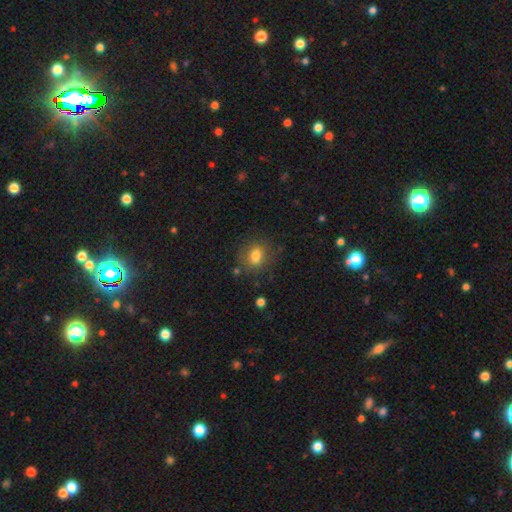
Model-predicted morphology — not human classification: Smooth or featured?
  - smooth: 76% *
  - featured or disk: 13%
  - star or artifact: 11%
How rounded?
  - in between: 50% *
  - round: 49%
  - cigar-shaped: 2%
Merging?
  - none: 77% *
  - minor disturbance: 15%
  - major disturbance: 6%
  - merger: 3%